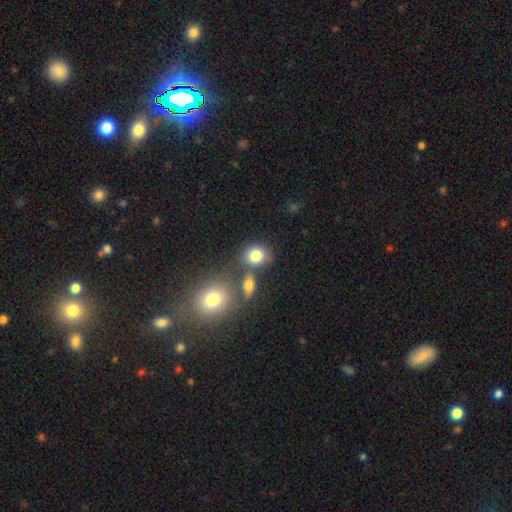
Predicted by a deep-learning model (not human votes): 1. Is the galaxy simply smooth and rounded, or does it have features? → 79% smooth, 12% star or artifact, 9% featured or disk.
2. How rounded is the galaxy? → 70% round, 29% in between, 1% cigar-shaped.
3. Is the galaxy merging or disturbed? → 61% none, 22% merger, 12% minor disturbance, 5% major disturbance.